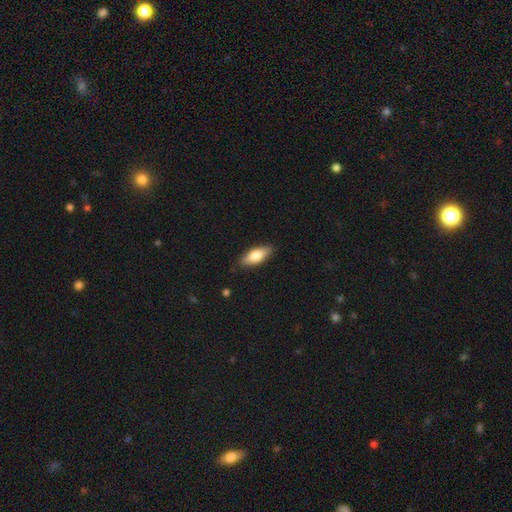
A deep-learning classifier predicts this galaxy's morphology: Smooth or featured? smooth (70%)
How rounded? in between (73%)
Merging? none (87%)